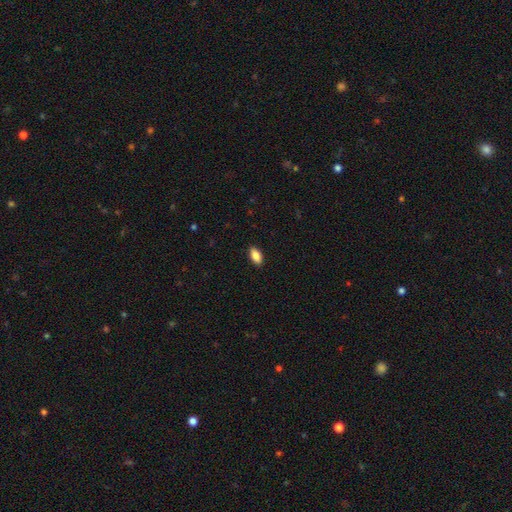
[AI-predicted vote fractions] A smooth galaxy with no disk features (87%) that is in between round and cigar-shaped (91%).

Vote fractions:
- Smooth or featured? smooth: 87% / star or artifact: 7% / featured or disk: 6%
- How rounded? in between: 91% / cigar-shaped: 6% / round: 3%
- Merging? none: 89% / minor disturbance: 8% / major disturbance: 2% / merger: 1%